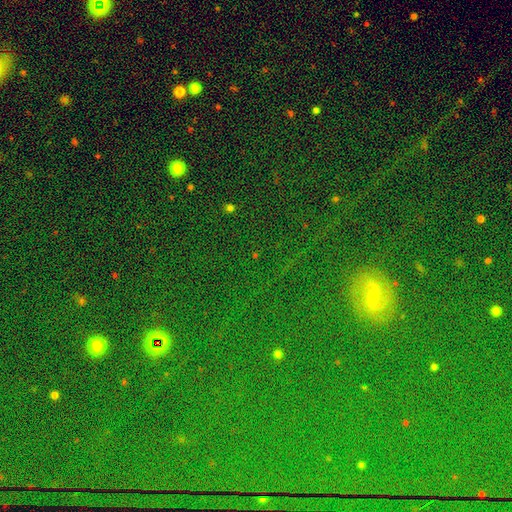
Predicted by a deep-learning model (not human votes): Q: Smooth or featured?
A: star or artifact (77%); runner-up: smooth (13%)